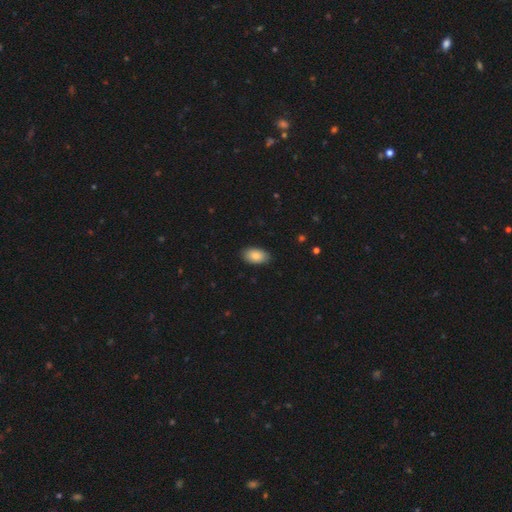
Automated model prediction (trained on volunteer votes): Overall: smooth (87%). How rounded: in between (94%). Merging: none (87%).